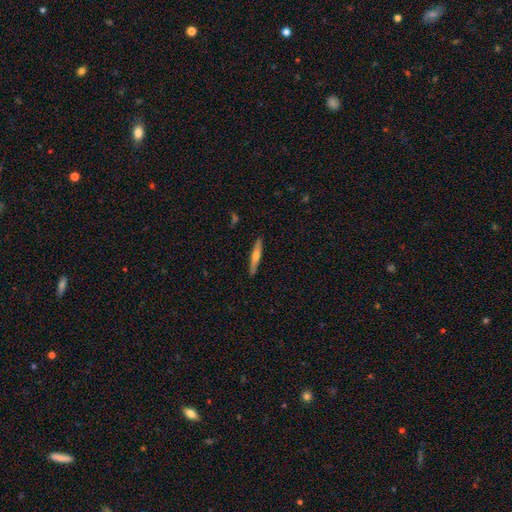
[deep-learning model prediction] This appears to be a featured or disk galaxy (53%) viewed edge-on (95%). Merging: none (91%).